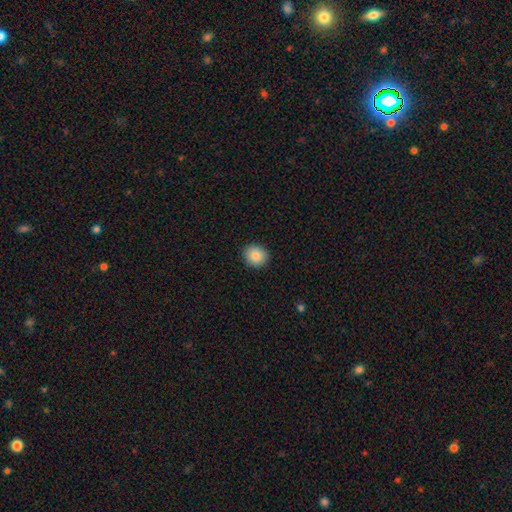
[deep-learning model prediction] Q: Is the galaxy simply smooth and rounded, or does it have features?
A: smooth — 86%.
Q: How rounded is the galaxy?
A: round — 84%.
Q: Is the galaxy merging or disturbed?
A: none — 91%.